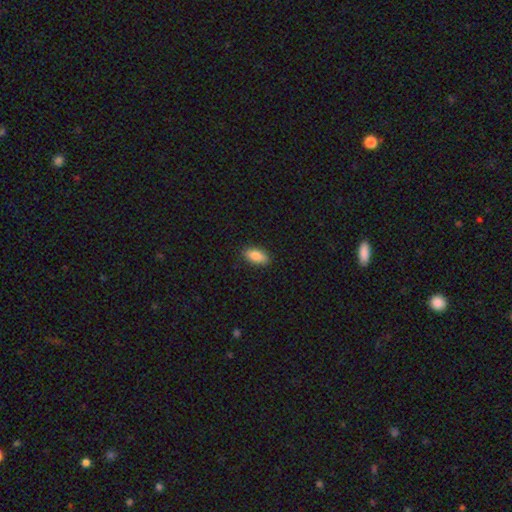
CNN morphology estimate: Smooth or featured? smooth (85%)
How rounded? in between (88%)
Merging? none (86%)